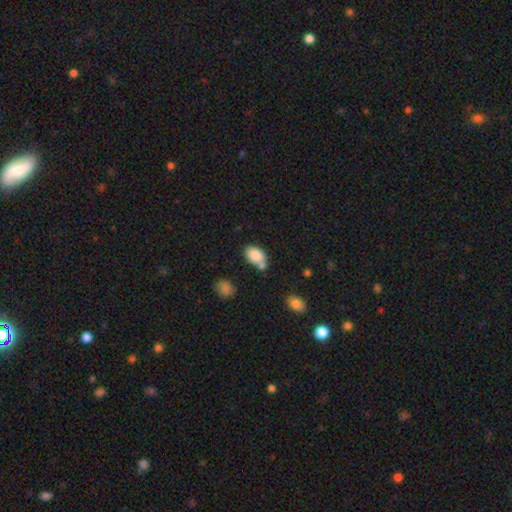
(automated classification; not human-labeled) Smooth or featured? smooth (85%)
How rounded? in between (86%)
Merging? none (54%)